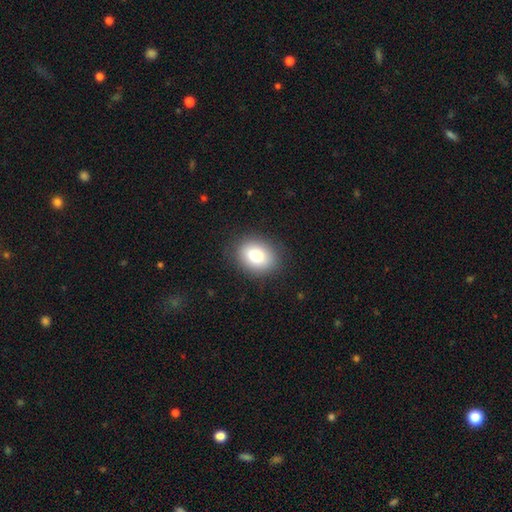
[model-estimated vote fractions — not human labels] Smooth or featured? smooth (85%)
How rounded? in between (70%)
Merging? none (86%)